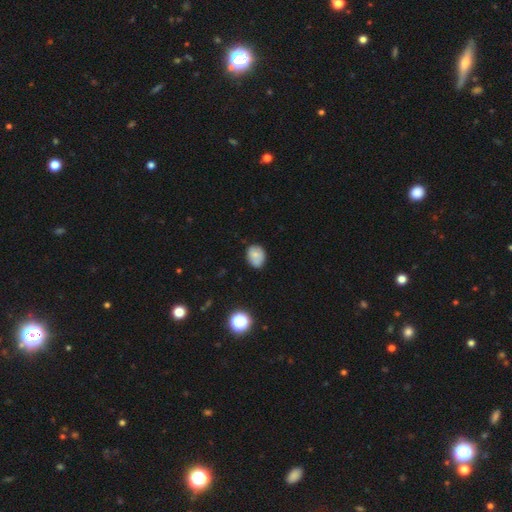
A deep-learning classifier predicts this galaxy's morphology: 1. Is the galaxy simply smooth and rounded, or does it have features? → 71% smooth, 18% featured or disk, 11% star or artifact.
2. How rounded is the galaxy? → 51% in between, 48% round, 1% cigar-shaped.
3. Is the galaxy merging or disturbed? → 67% none, 25% minor disturbance, 5% major disturbance, 3% merger.